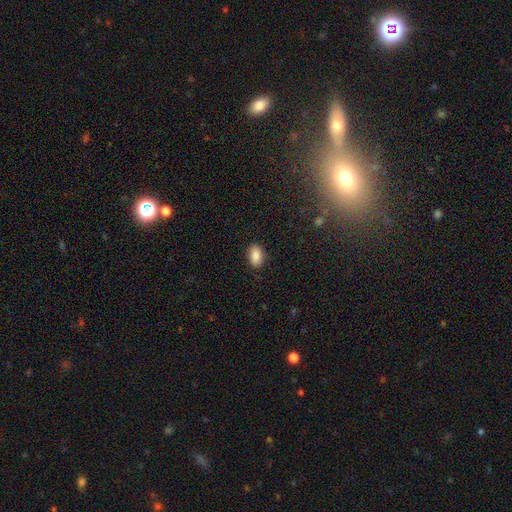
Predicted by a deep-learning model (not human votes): Smooth or featured?
  - smooth: 88% *
  - star or artifact: 8%
  - featured or disk: 5%
How rounded?
  - in between: 92% *
  - round: 6%
  - cigar-shaped: 2%
Merging?
  - none: 88% *
  - minor disturbance: 9%
  - major disturbance: 2%
  - merger: 1%